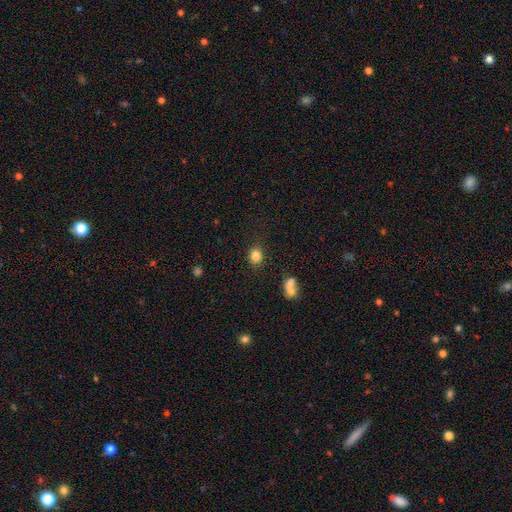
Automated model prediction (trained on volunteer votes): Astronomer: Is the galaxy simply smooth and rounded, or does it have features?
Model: smooth — 83%.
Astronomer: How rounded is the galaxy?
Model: round — 61% (runner-up: in between, 38%).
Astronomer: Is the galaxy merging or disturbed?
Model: none — 81%.